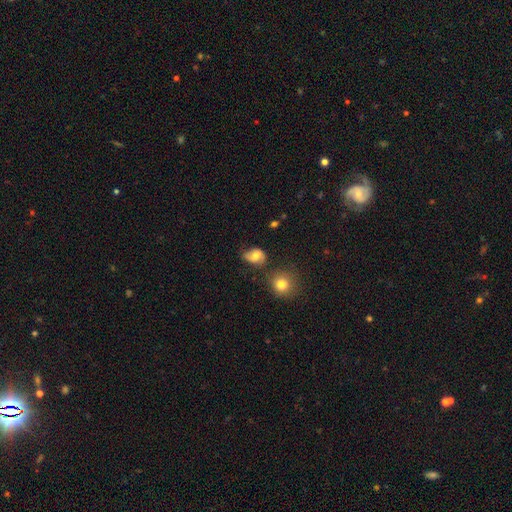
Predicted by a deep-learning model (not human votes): smooth_or_featured: smooth (p=0.68) [alt: featured or disk p=0.22]
how_rounded: in between (p=0.62) [alt: round p=0.37]
merging: none (p=0.54) [alt: minor disturbance p=0.31]